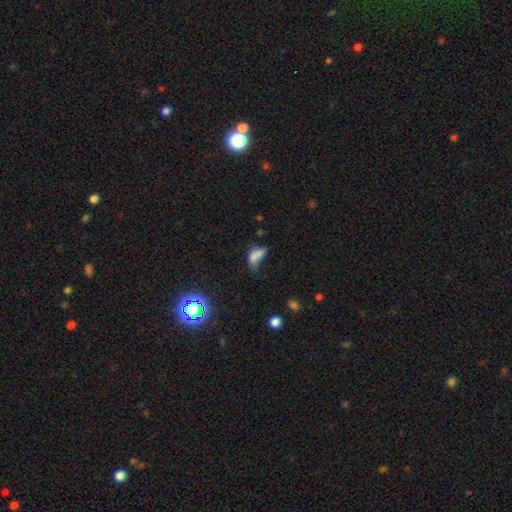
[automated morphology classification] The model was most divided on "merging": major disturbance: 30%, merger: 25%, minor disturbance: 23%, none: 23%. More confident: how rounded — in between (82%); smooth or featured — smooth (66%).